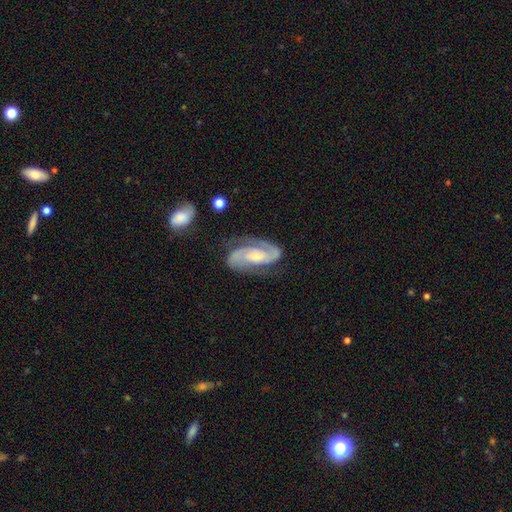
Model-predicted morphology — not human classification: smooth_or_featured: featured or disk (p=0.89) [alt: smooth p=0.06]
disk_edge_on: no (p=0.97) [alt: yes p=0.03]
bar: no (p=0.48) [alt: weak p=0.35]
has_spiral_arms: yes (p=0.98) [alt: no p=0.02]
spiral_winding: medium (p=0.50) [alt: tight p=0.39]
spiral_arm_count: 2 (p=0.92) [alt: can't tell p=0.03]
bulge_size: moderate (p=0.41) [alt: small p=0.39]
merging: none (p=0.73) [alt: minor disturbance p=0.17]